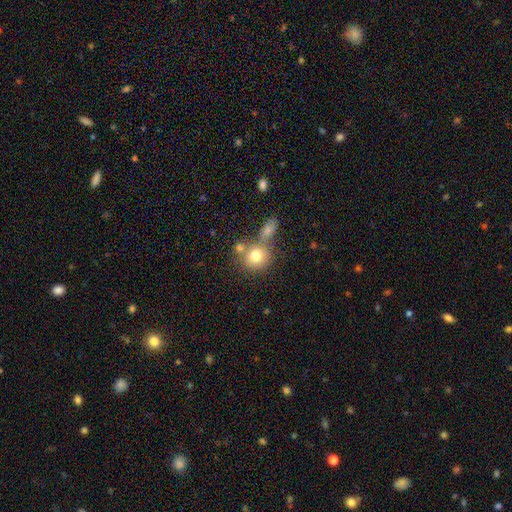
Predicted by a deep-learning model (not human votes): This appears to be a smooth galaxy with no disk features (76%) that is round (82%). Merging: none (52%).